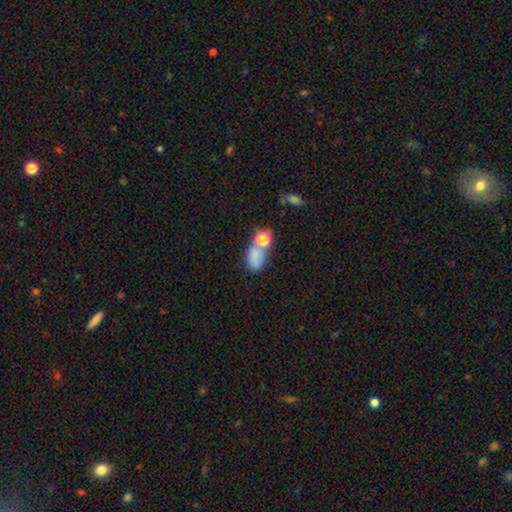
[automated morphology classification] Smooth or featured? Predicted: smooth (p=0.72). How rounded? Predicted: in between (p=0.79). Merging? Predicted: none (p=0.40).